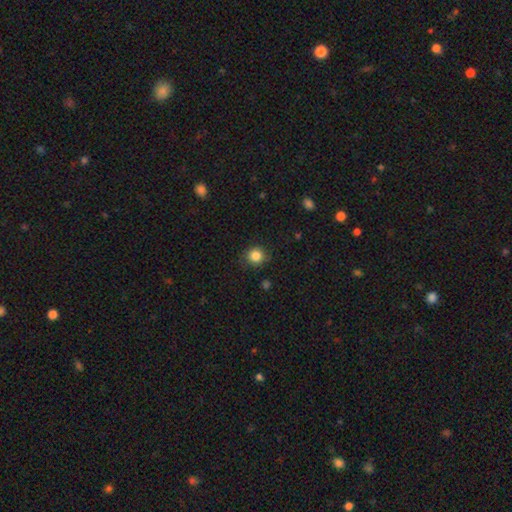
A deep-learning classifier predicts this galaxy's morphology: smooth_or_featured: smooth (p=0.85) [alt: star or artifact p=0.11]
how_rounded: round (p=0.88) [alt: in between p=0.12]
merging: none (p=0.85) [alt: minor disturbance p=0.11]